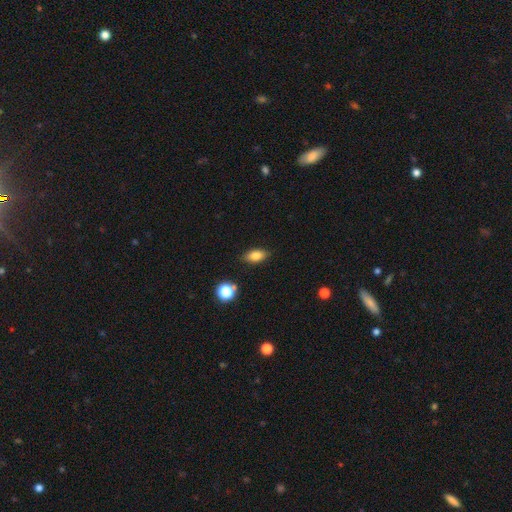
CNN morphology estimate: Overall: smooth (81%). How rounded: in between (86%). Merging: none (85%).